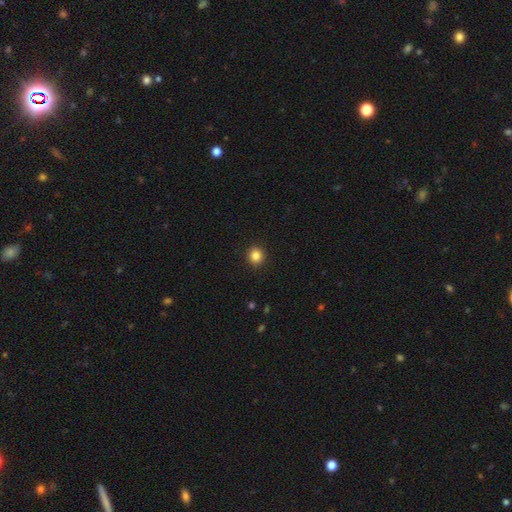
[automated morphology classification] This appears to be a smooth galaxy with no disk features (85%) that is round (88%). Merging: none (92%).